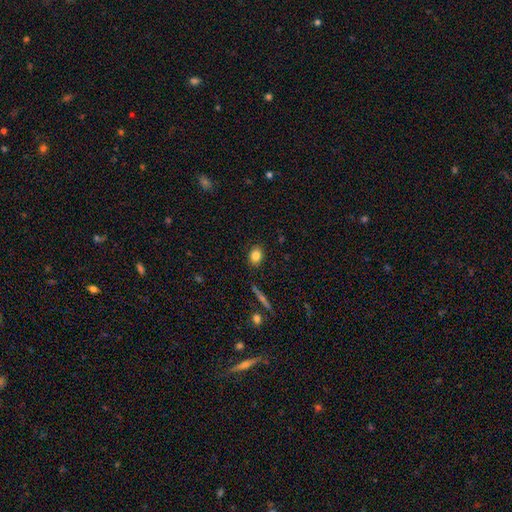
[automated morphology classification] smooth 82%, star or artifact 9%, featured or disk 8%. Down the decision tree: how rounded — in between (63%); merging — none (87%).